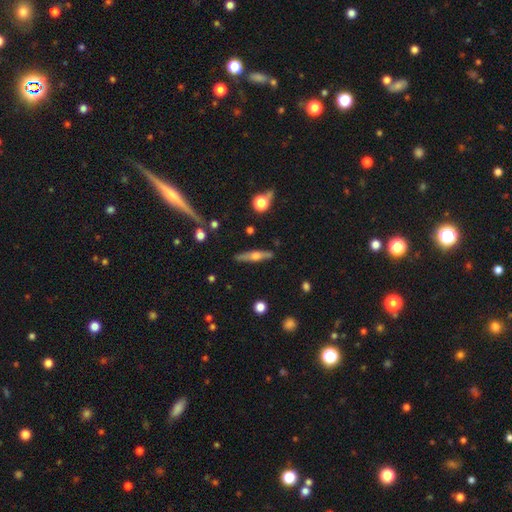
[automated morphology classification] Overall: featured or disk (61%; smooth 33%). Edge-on disk: yes (95%). Edge-on bulge: rounded (91%). Merging: none (86%).